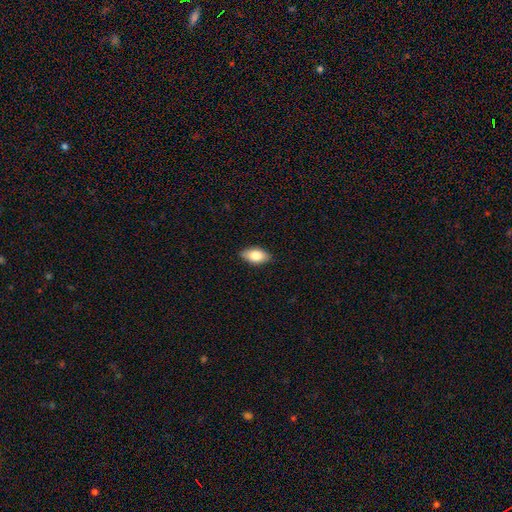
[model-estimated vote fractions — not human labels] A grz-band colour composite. It shows a smooth galaxy with no disk features (79%) that is in between round and cigar-shaped (92%). Merging: none (87%).